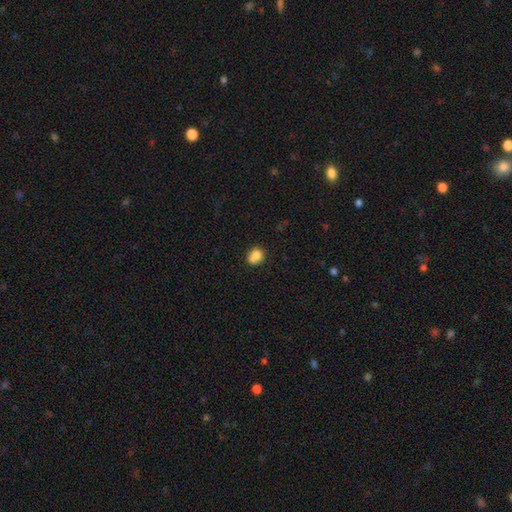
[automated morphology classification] A smooth galaxy with no disk features (78%) that is round (71%). Merging: none (49%).